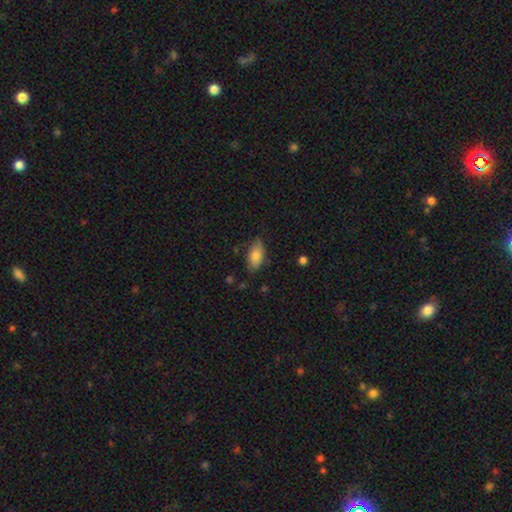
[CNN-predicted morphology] This is clearly a smooth galaxy (82%). How rounded: clearly in between (91%). Merging: likely none (76%).